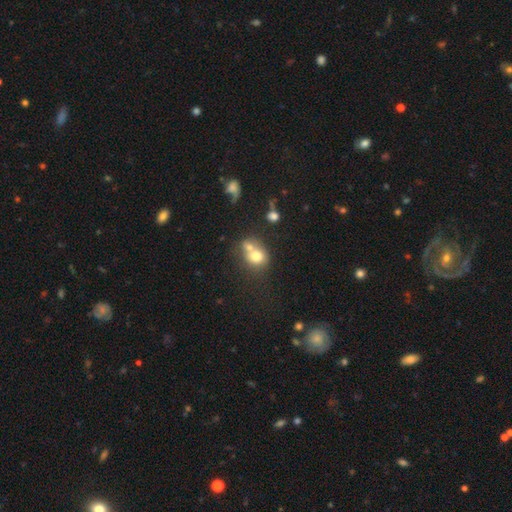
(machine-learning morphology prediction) Overall: smooth (71%). How rounded: round (65%; in between 34%). Merging: merger (54%; none 31%).